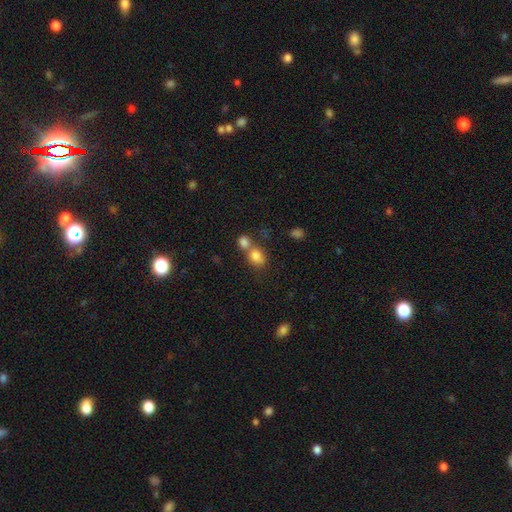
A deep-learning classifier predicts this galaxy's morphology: Smooth or featured?
  - smooth: 81% *
  - star or artifact: 10%
  - featured or disk: 9%
How rounded?
  - in between: 52% *
  - round: 47%
  - cigar-shaped: 1%
Merging?
  - merger: 51% *
  - none: 36%
  - minor disturbance: 9%
  - major disturbance: 4%